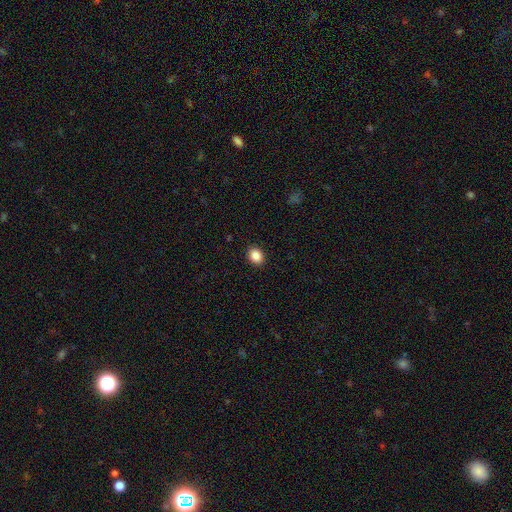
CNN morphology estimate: Overall: smooth (88%). How rounded: in between (54%; round 45%). Merging: none (91%).